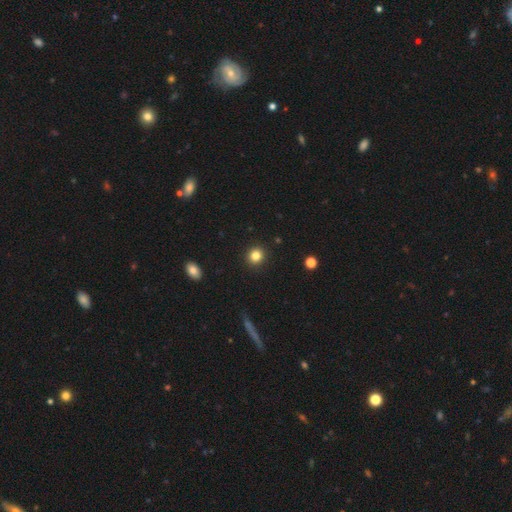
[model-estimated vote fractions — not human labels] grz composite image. It shows a smooth galaxy with no disk features (84%) that is round (88%). Merging: none (92%).